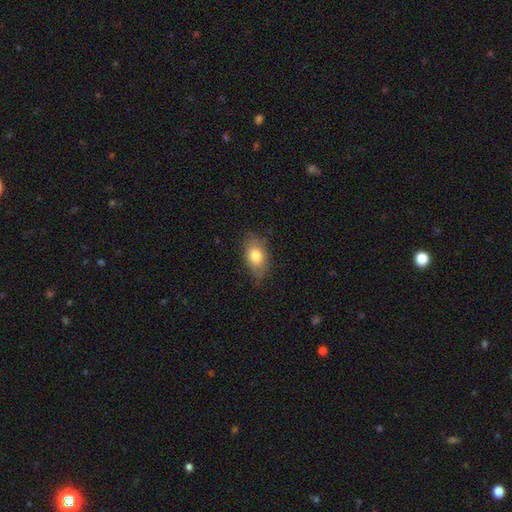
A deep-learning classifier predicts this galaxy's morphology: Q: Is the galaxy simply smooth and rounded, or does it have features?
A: smooth — 77%.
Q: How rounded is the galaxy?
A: in between — 88%.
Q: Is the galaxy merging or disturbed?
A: none — 72%.